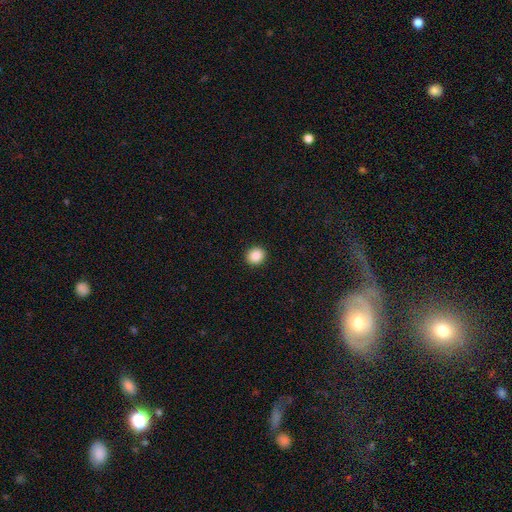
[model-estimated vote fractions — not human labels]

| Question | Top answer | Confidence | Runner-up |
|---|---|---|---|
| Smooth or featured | smooth | 87% | star or artifact (9%) |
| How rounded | round | 88% | in between (11%) |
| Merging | none | 93% | minor disturbance (4%) |